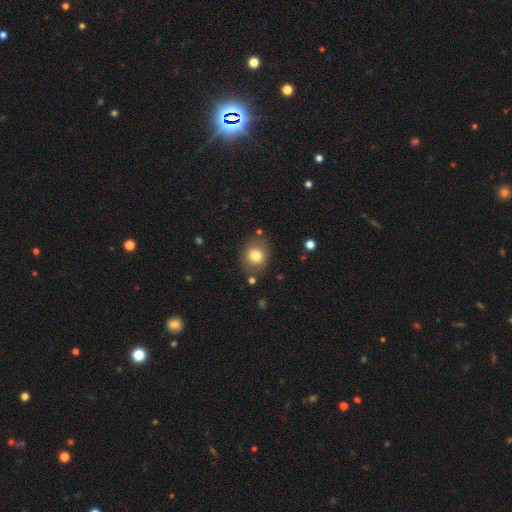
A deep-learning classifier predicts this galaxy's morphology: Q: Smooth or featured?
A: smooth (79%); runner-up: featured or disk (11%)
Q: How rounded?
A: round (71%); runner-up: in between (28%)
Q: Merging?
A: none (81%); runner-up: minor disturbance (12%)